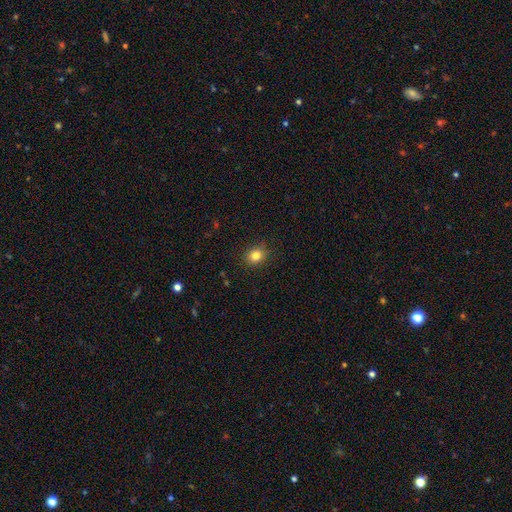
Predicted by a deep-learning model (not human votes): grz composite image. It shows a smooth galaxy with no disk features (83%) that is round (72%). Merging: none (88%).